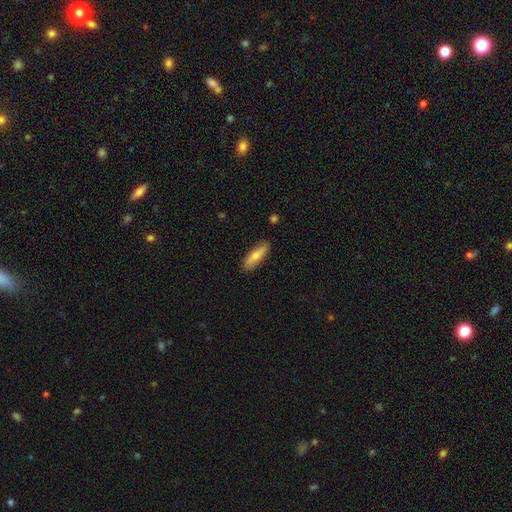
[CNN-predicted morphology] Smooth or featured? Predicted: smooth (p=0.70). How rounded? Predicted: cigar-shaped (p=0.58). Merging? Predicted: none (p=0.86).